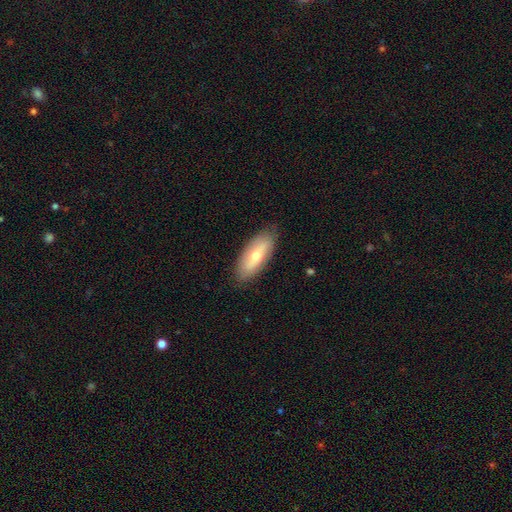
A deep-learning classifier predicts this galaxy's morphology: type=smooth (59%); roundness=in between (79%); merging=none (86%).